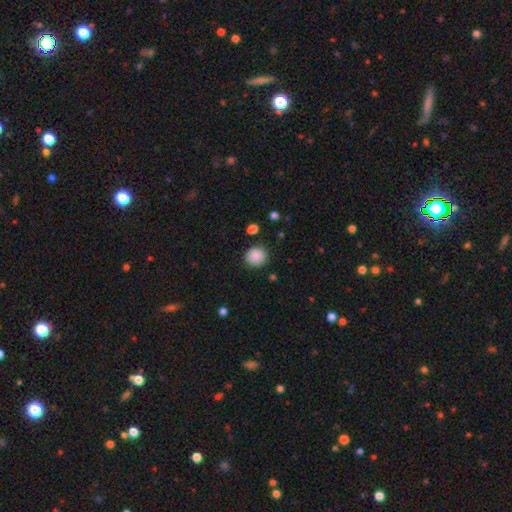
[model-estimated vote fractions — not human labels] A smooth galaxy with no disk features (87%) that is round (90%).

Vote fractions:
- Smooth or featured? smooth: 87% / star or artifact: 8% / featured or disk: 4%
- How rounded? round: 90% / in between: 9% / cigar-shaped: 1%
- Merging? none: 87% / minor disturbance: 8% / major disturbance: 3% / merger: 2%